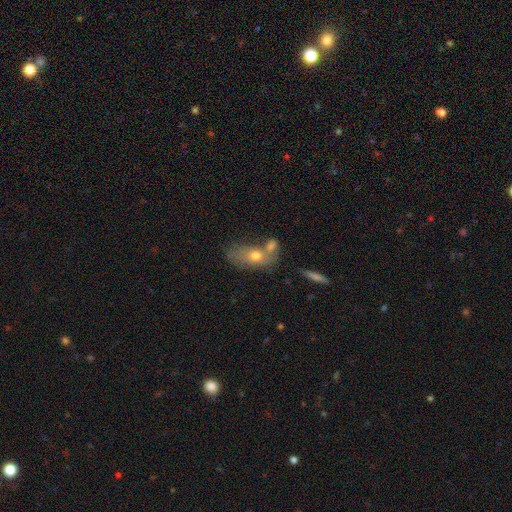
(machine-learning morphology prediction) Overall: smooth (63%; featured or disk 30%). How rounded: in between (82%). Merging: merger (45%; none 30%).